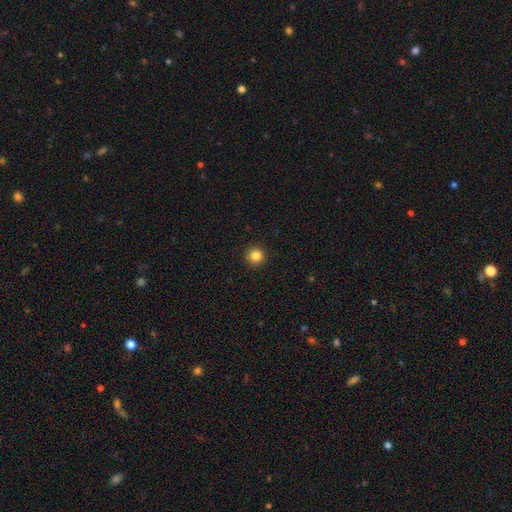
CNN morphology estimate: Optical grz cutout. It shows a smooth galaxy with no disk features (84%) that is round (95%). Merging: none (93%).